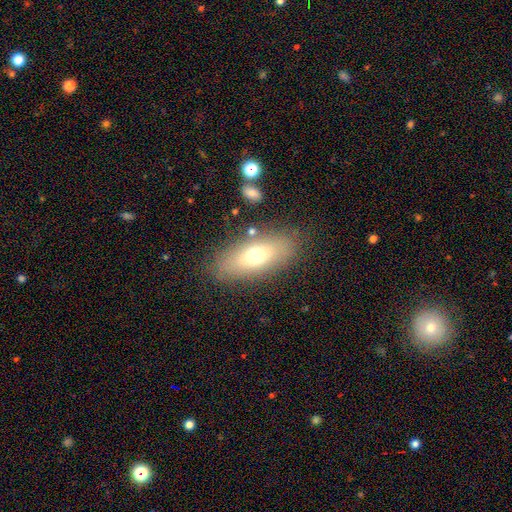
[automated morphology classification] A smooth galaxy with no disk features (65%) that is in between round and cigar-shaped (78%).

Vote fractions:
- Smooth or featured? smooth: 65% / featured or disk: 25% / star or artifact: 10%
- How rounded? in between: 78% / cigar-shaped: 17% / round: 5%
- Merging? none: 80% / minor disturbance: 12% / major disturbance: 5% / merger: 3%